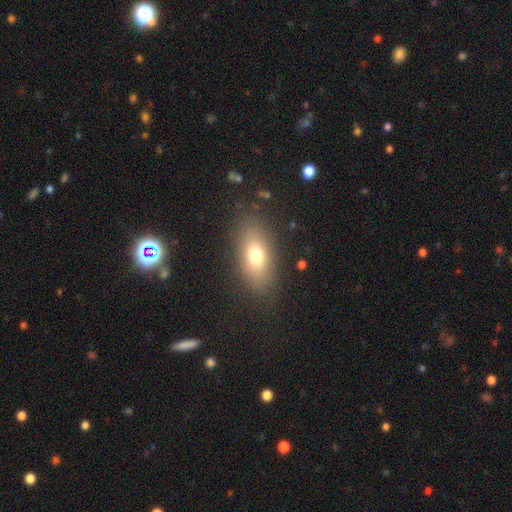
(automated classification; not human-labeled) A smooth galaxy with no disk features (72%) that is in between round and cigar-shaped (82%). Merging: none (84%).